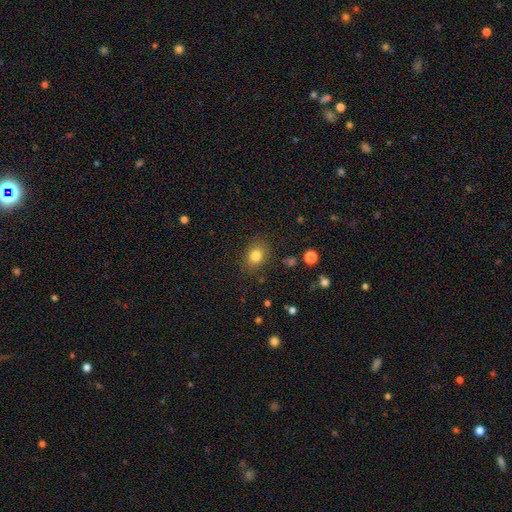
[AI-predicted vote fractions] This appears to be a smooth galaxy with no disk features (82%) that is round (51%). Merging: none (82%).